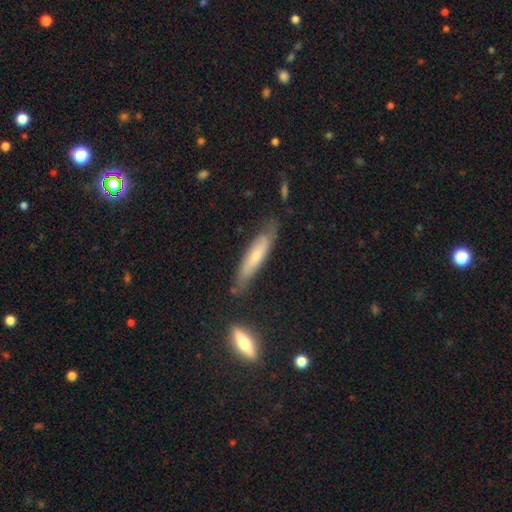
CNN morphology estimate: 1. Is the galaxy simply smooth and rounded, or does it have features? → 55% smooth, 38% featured or disk, 7% star or artifact.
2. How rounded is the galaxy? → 82% cigar-shaped, 16% in between, 1% round.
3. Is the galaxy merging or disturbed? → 66% none, 24% minor disturbance, 6% major disturbance, 4% merger.